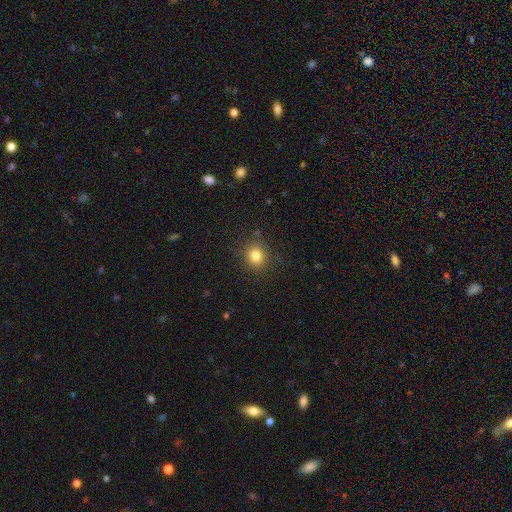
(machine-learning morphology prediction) A smooth galaxy with no disk features (82%) that is round (77%). Merging: none (86%).